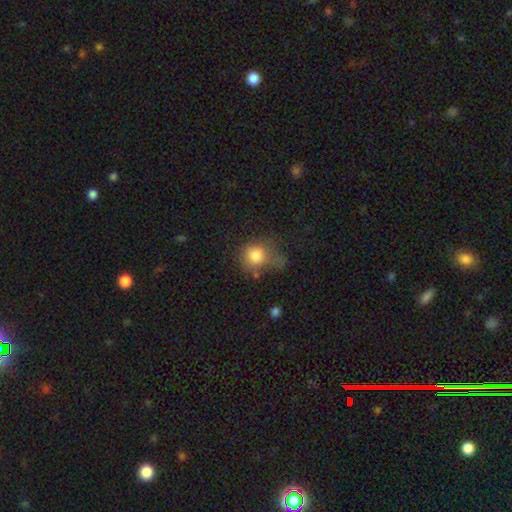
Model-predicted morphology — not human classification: Smooth or featured?
  - smooth: 78% *
  - featured or disk: 12%
  - star or artifact: 10%
How rounded?
  - round: 69% *
  - in between: 30%
  - cigar-shaped: 1%
Merging?
  - none: 33% *
  - major disturbance: 30%
  - minor disturbance: 29%
  - merger: 8%